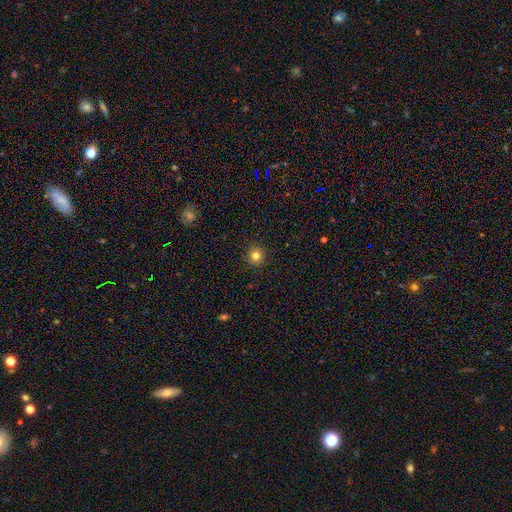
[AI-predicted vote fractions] Q: Smooth or featured?
A: smooth (82%); runner-up: star or artifact (13%)
Q: How rounded?
A: round (94%); runner-up: in between (5%)
Q: Merging?
A: none (92%); runner-up: minor disturbance (5%)